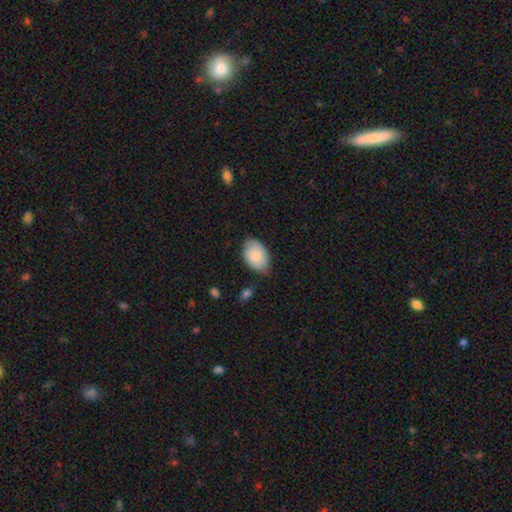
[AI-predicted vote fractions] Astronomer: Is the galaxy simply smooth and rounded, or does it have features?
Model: smooth — 78%.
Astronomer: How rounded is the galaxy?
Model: in between — 88%.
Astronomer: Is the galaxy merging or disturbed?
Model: none — 67%.